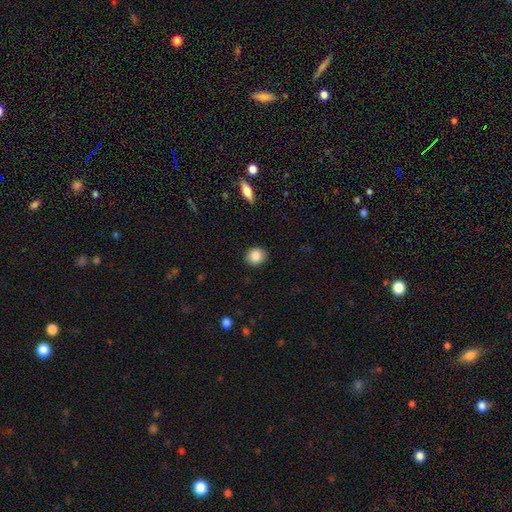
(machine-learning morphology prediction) The model was most divided on "how rounded": round: 69%, in between: 30%, cigar-shaped: 1%. More confident: merging — none (89%); smooth or featured — smooth (85%).